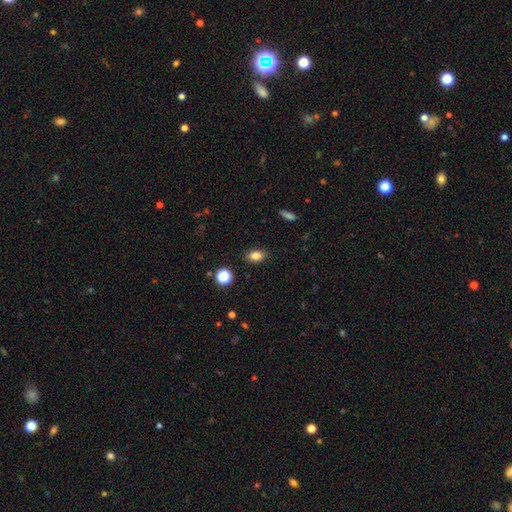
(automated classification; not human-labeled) Morphology: type=smooth (82%); roundness=in between (80%); merging=none (86%).